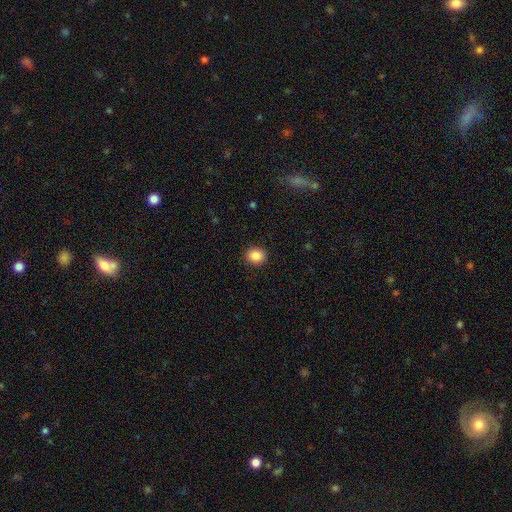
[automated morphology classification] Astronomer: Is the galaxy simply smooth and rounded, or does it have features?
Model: smooth — 87%.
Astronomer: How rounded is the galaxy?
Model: round — 74%.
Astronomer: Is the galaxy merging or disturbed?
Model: none — 91%.